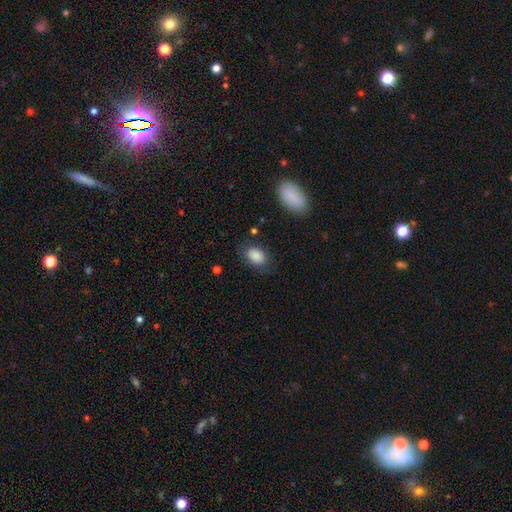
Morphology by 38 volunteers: Volunteers were most divided on "merging": none: 89%, minor disturbance: 8%, major disturbance: 3%, merger: 0%. More confident: how rounded — in between (91%); smooth or featured — smooth (89%).